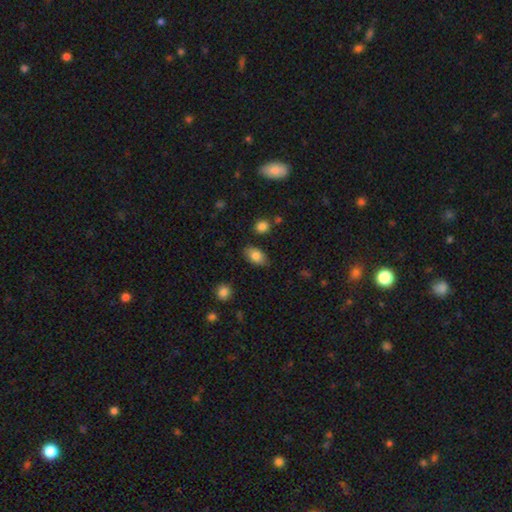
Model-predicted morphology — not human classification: This appears to be a smooth galaxy with no disk features (83%) that is in between round and cigar-shaped (88%). Merging: none (82%).